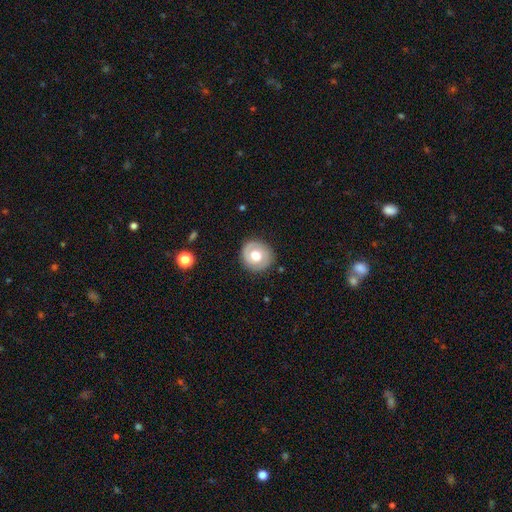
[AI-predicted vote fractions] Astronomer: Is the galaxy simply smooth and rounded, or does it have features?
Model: smooth — 52% (runner-up: featured or disk, 42%).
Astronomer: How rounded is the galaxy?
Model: round — 87%.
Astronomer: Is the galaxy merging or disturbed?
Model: none — 85%.